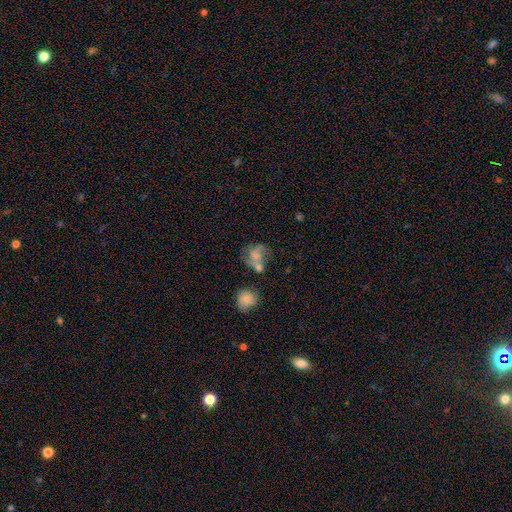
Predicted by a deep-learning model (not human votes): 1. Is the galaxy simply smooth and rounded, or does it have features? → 54% featured or disk, 35% smooth, 11% star or artifact.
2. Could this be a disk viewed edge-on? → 98% no, 2% yes.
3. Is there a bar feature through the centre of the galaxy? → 66% no, 28% weak, 6% strong.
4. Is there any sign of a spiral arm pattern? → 79% yes, 21% no.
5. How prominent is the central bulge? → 39% small, 35% moderate, 19% none, 6% large, 2% dominant.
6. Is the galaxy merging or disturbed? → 38% none, 27% merger, 18% minor disturbance, 17% major disturbance.